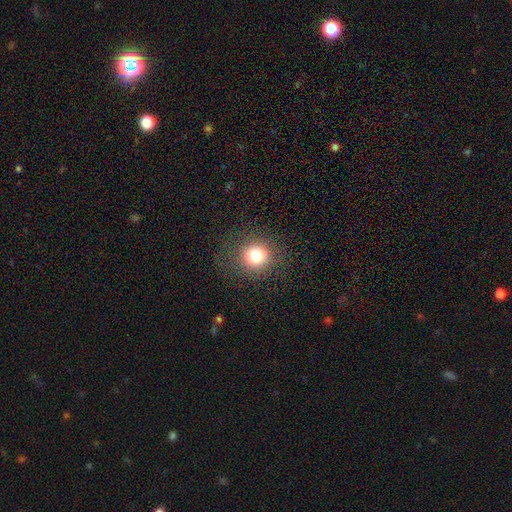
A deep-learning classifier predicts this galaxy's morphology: Smooth or featured?
  - smooth: 79% *
  - star or artifact: 13%
  - featured or disk: 8%
How rounded?
  - round: 87% *
  - in between: 12%
  - cigar-shaped: 1%
Merging?
  - none: 86% *
  - minor disturbance: 8%
  - major disturbance: 5%
  - merger: 1%